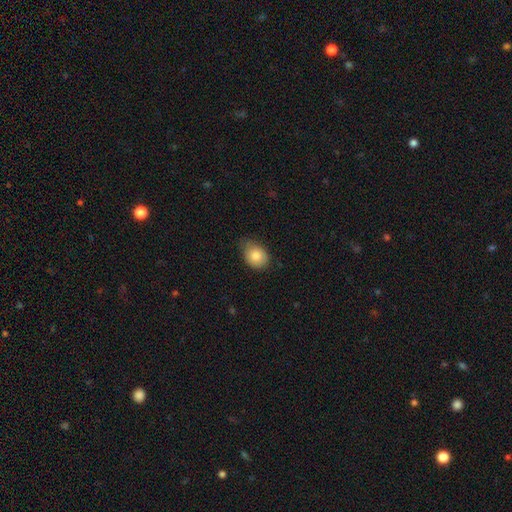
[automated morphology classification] smooth 83%, featured or disk 8%, star or artifact 8%. Down the decision tree: how rounded — in between (57%); merging — none (57%).